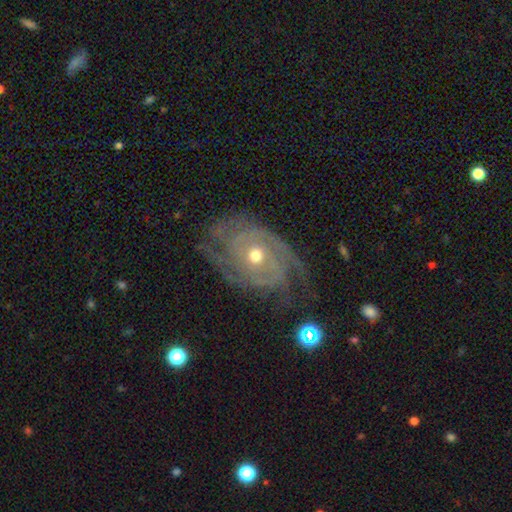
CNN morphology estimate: Smooth or featured? Predicted: featured or disk (p=0.86). Edge-on disk? Predicted: no (p=0.96). Bar? Predicted: no (p=0.81). Spiral arms? Predicted: yes (p=0.92). Spiral winding? Predicted: tight (p=0.64). Spiral arm count? Predicted: 2 (p=0.30). Bulge size? Predicted: moderate (p=0.54). Merging? Predicted: none (p=0.65).